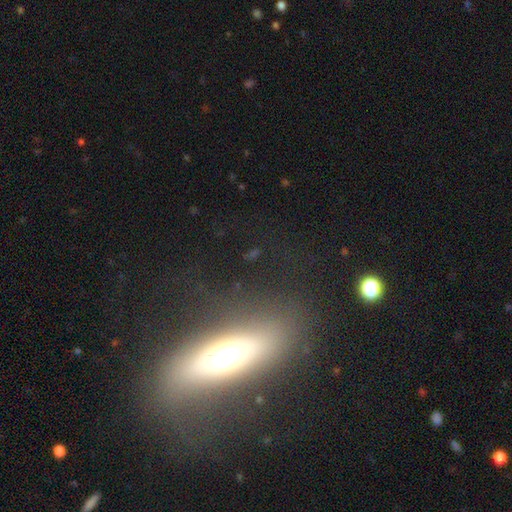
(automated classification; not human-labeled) A featured or disk galaxy (44%). Merging: none (74%).